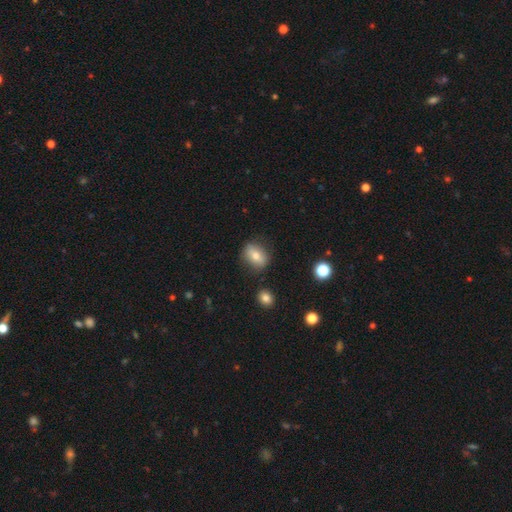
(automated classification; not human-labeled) A smooth galaxy with no disk features (72%) that is in between round and cigar-shaped (63%). Merging: none (80%).